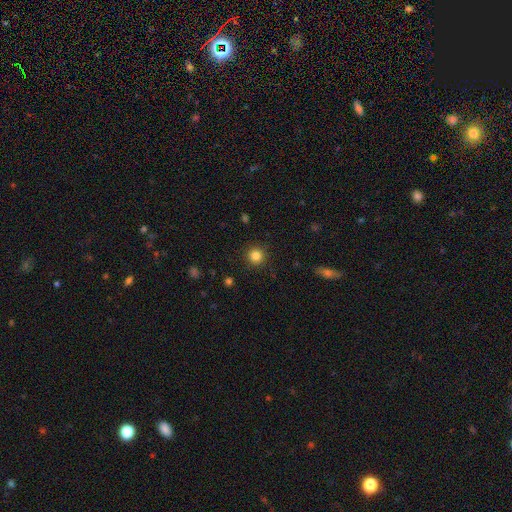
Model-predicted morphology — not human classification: smooth_or_featured: smooth (p=0.84) [alt: star or artifact p=0.12]
how_rounded: round (p=0.95) [alt: in between p=0.04]
merging: none (p=0.92) [alt: minor disturbance p=0.05]